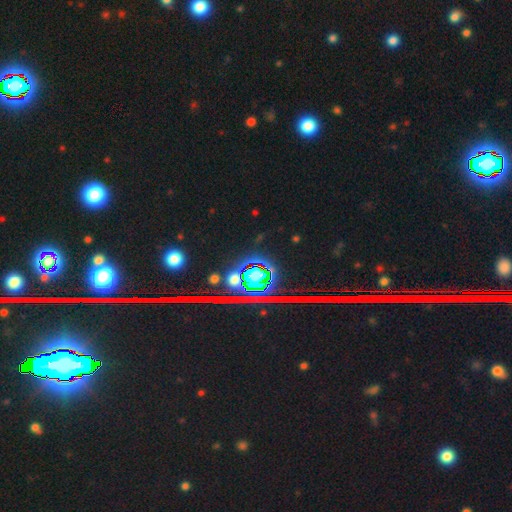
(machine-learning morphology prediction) Smooth or featured? star or artifact (85%)